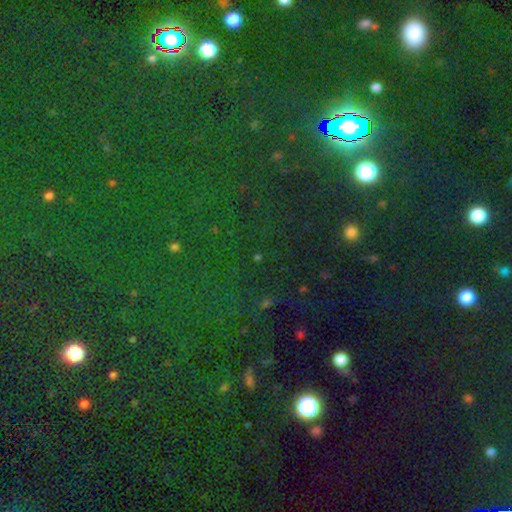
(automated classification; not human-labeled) Overall: star or artifact (75%).